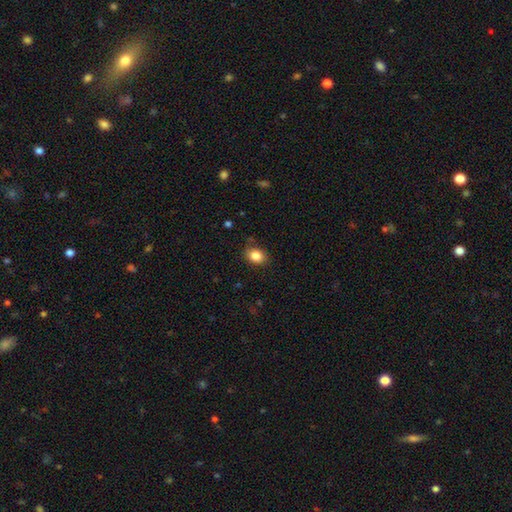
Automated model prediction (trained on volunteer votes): Smooth or featured?
  - smooth: 85% *
  - star or artifact: 10%
  - featured or disk: 6%
How rounded?
  - in between: 60% *
  - round: 40%
  - cigar-shaped: 1%
Merging?
  - none: 79% *
  - minor disturbance: 16%
  - major disturbance: 3%
  - merger: 2%